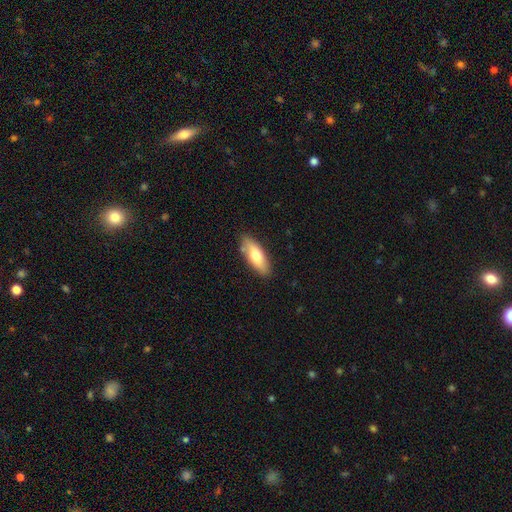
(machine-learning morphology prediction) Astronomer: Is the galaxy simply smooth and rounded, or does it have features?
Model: smooth — 70%.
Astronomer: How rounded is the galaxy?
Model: in between — 69%.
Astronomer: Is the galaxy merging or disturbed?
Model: none — 81%.